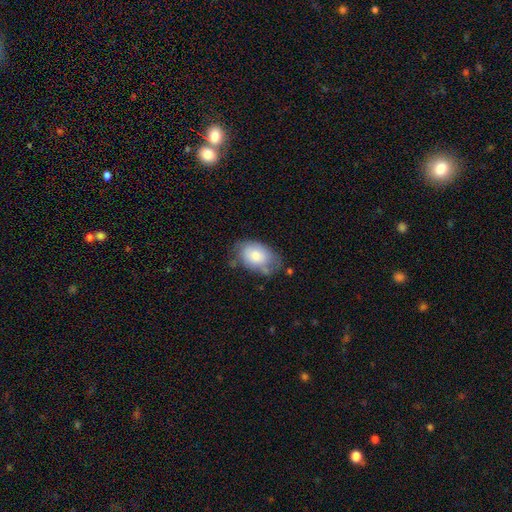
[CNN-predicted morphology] A smooth galaxy with no disk features (75%) that is in between round and cigar-shaped (86%). Merging: none (52%).